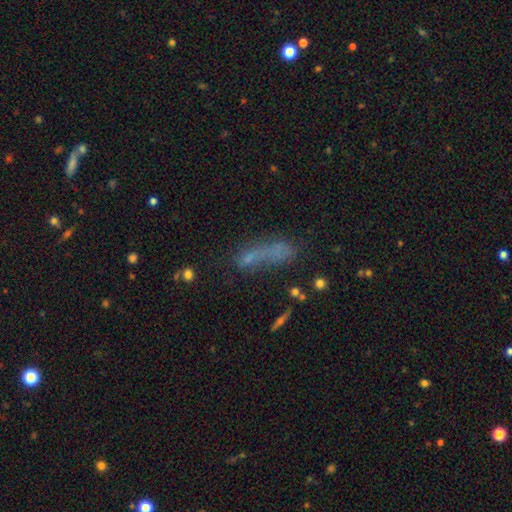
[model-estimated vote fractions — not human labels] Smooth or featured: smooth — 55% (featured or disk — 25%)
How rounded: cigar-shaped — 51% (in between — 43%)
Merging: none — 35% (major disturbance — 24%)